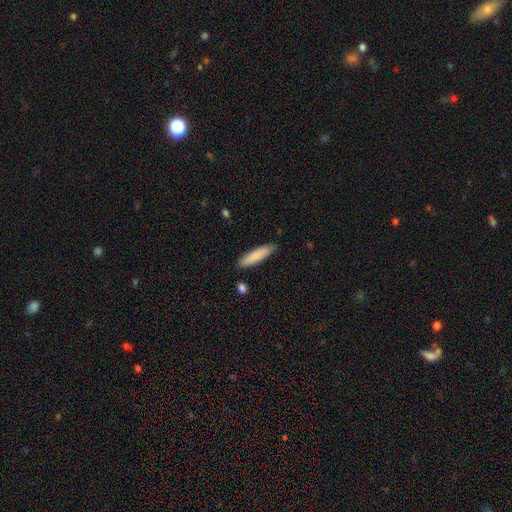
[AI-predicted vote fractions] Smooth or featured? smooth (83%)
How rounded? cigar-shaped (80%)
Merging? none (87%)